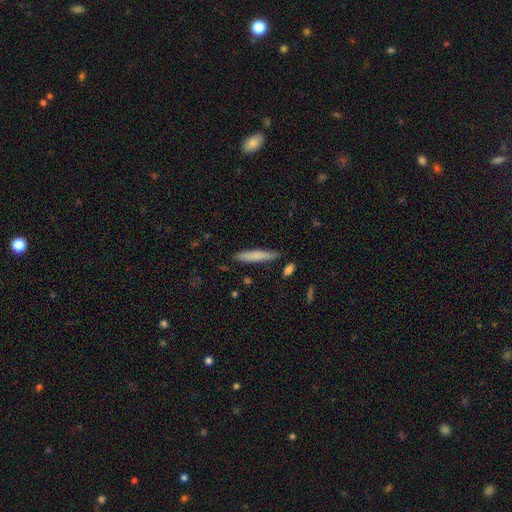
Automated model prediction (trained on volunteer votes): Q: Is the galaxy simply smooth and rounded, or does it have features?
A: smooth — 76%.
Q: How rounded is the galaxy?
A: cigar-shaped — 91%.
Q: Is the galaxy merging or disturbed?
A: none — 85%.